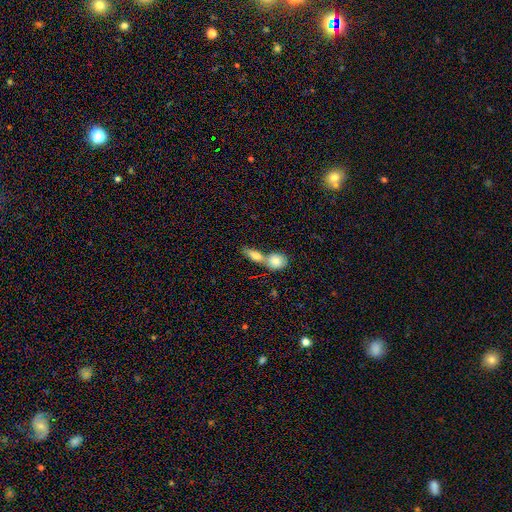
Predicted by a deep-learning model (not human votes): Morphology: type=smooth (75%); roundness=in between (64%); merging=merger (60%).